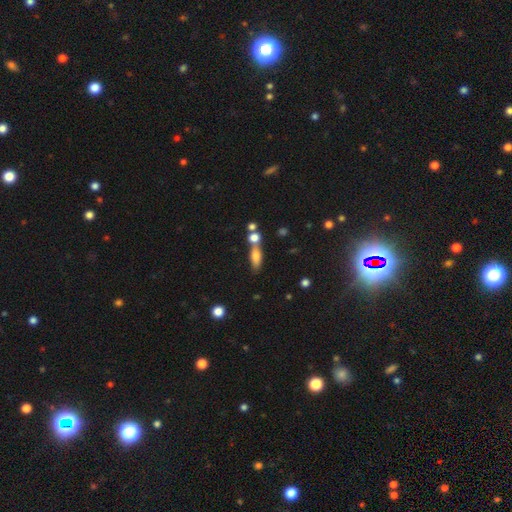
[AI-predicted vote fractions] Overall: smooth (75%). How rounded: in between (63%; cigar-shaped 31%). Merging: none (47%; merger 33%).